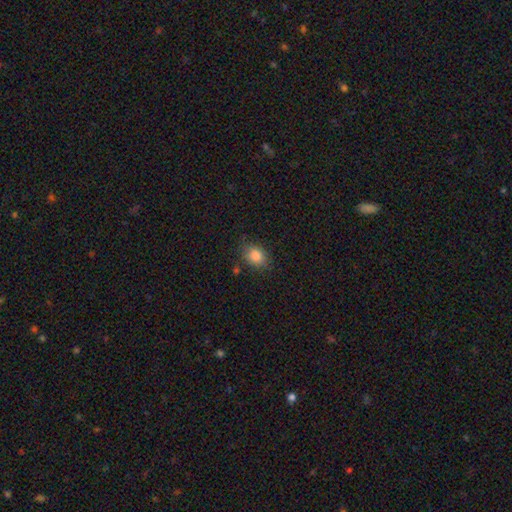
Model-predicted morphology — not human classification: This appears to be a smooth galaxy with no disk features (85%) that is in between round and cigar-shaped (61%). Merging: none (78%).